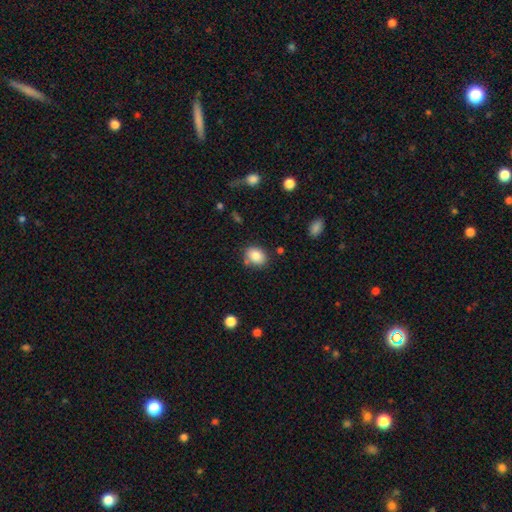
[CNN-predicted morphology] Overall: smooth (84%). How rounded: in between (59%; round 40%). Merging: none (76%).